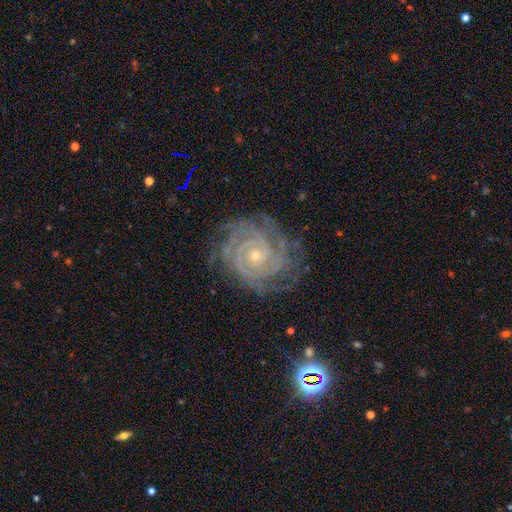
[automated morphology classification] This is clearly a featured or disk galaxy (90%). It is clearly not viewed edge-on (97%). Bar: likely no (74%). Spiral arm pattern: clearly yes (98%). Spiral arm count: marginally 2 (27%). Spiral winding: clearly tight (85%). Central bulge: likely small (75%). Merging: likely none (76%).